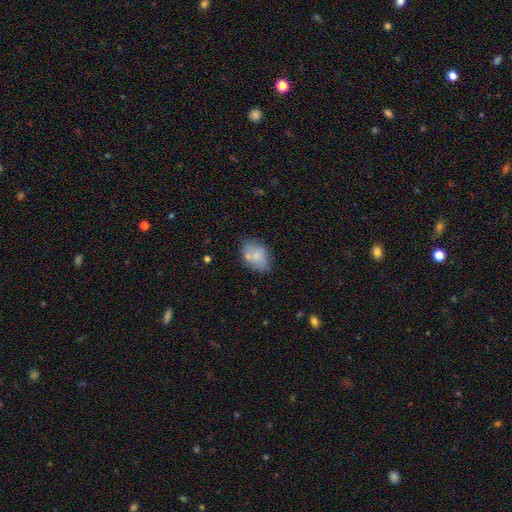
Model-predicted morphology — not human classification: This appears to be a smooth galaxy with no disk features (69%) that is in between round and cigar-shaped (79%). Merging: none (53%).